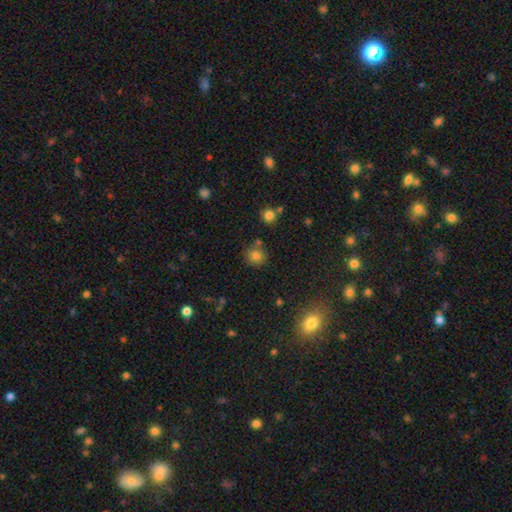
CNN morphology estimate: This appears to be a smooth galaxy with no disk features (78%) that is round (86%). Merging: none (77%).